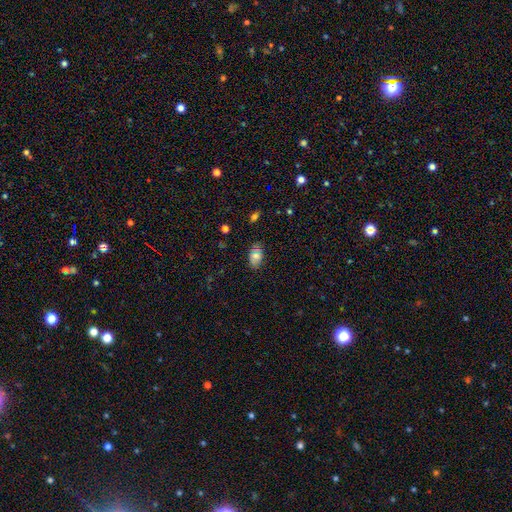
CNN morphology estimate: smooth_or_featured: smooth (p=0.71) [alt: star or artifact p=0.17]
how_rounded: in between (p=0.89) [alt: round p=0.09]
merging: none (p=0.82) [alt: minor disturbance p=0.13]